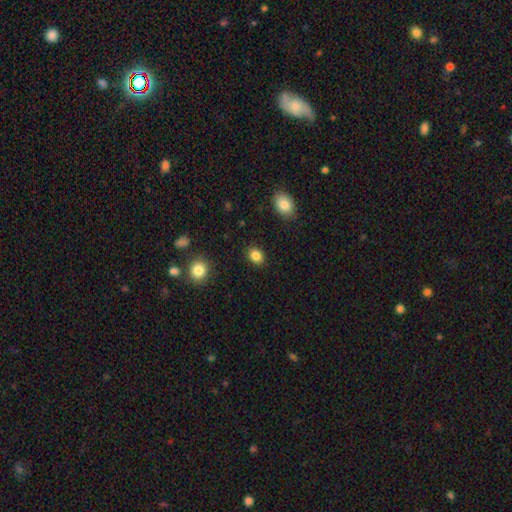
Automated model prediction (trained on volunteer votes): Overall: smooth (86%). How rounded: in between (56%; round 43%). Merging: none (89%).